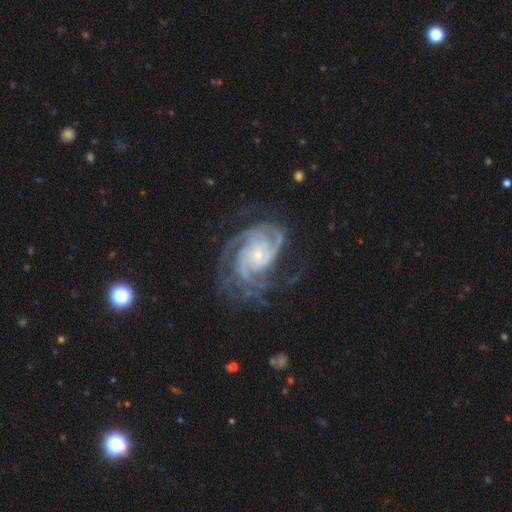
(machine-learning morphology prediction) smooth-or-featured: featured or disk: 90% | star or artifact: 6% | smooth: 4%
  disk-edge-on: no: 98% | yes: 2%
    bar: no: 69% | weak: 23% | strong: 8%
    has-spiral-arms: yes: 98% | no: 2%
      spiral-winding: tight: 65% | medium: 30% | loose: 5%
      spiral-arm-count: 3: 31% | 2: 21% | 4: 18% | can't tell: 16% | more than 4: 7% | 1: 7%
    bulge-size: small: 76% | moderate: 18% | none: 3% | large: 2% | dominant: 1%
  merging: none: 67% | minor disturbance: 19% | major disturbance: 13% | merger: 2%